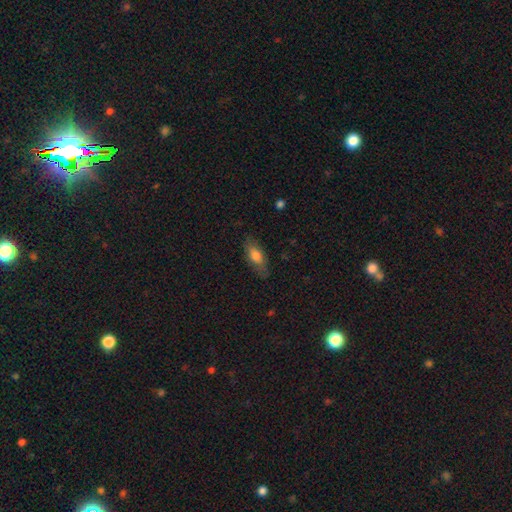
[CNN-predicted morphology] This is likely a smooth galaxy (72%). How rounded: likely in between (74%). Merging: likely none (78%).